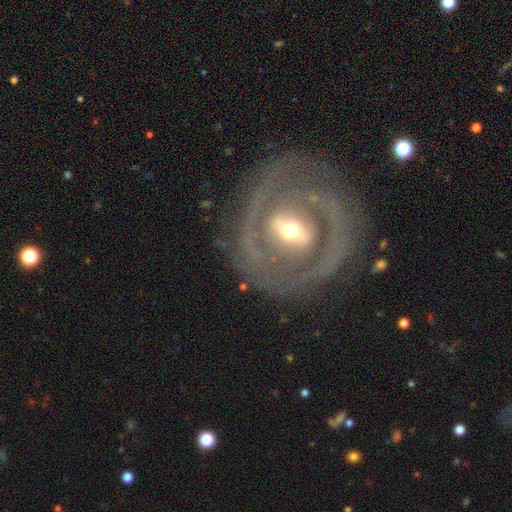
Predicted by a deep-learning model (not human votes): Smooth or featured?
  - featured or disk: 84% *
  - smooth: 10%
  - star or artifact: 6%
Edge-on disk?
  - no: 95% *
  - yes: 5%
Bar?
  - weak: 36% *
  - no: 33%
  - strong: 31%
Spiral arms?
  - yes: 77% *
  - no: 23%
Spiral winding?
  - tight: 63% *
  - medium: 28%
  - loose: 8%
Spiral arm count?
  - 2: 58% *
  - can't tell: 19%
  - 1: 9%
  - 3: 8%
  - 4: 3%
  - more than 4: 3%
Bulge size?
  - moderate: 60% *
  - small: 29%
  - large: 9%
  - dominant: 1%
  - none: 1%
Merging?
  - none: 79% *
  - minor disturbance: 13%
  - major disturbance: 7%
  - merger: 1%